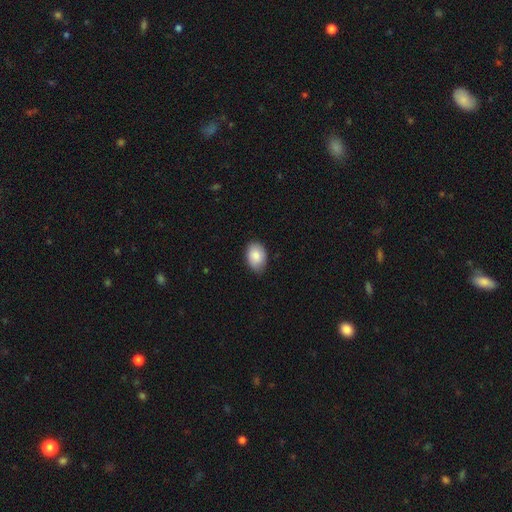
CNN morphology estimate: Q: Smooth or featured?
A: smooth (86%); runner-up: featured or disk (8%)
Q: How rounded?
A: in between (85%); runner-up: round (14%)
Q: Merging?
A: none (77%); runner-up: minor disturbance (20%)